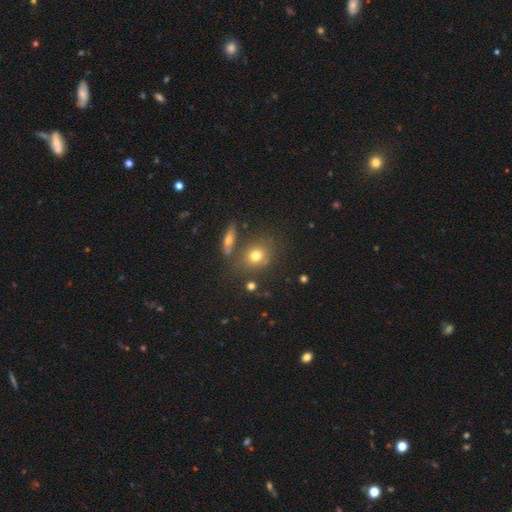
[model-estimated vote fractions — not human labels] Morphology: type=smooth (71%); roundness=round (59%); merging=none (68%).